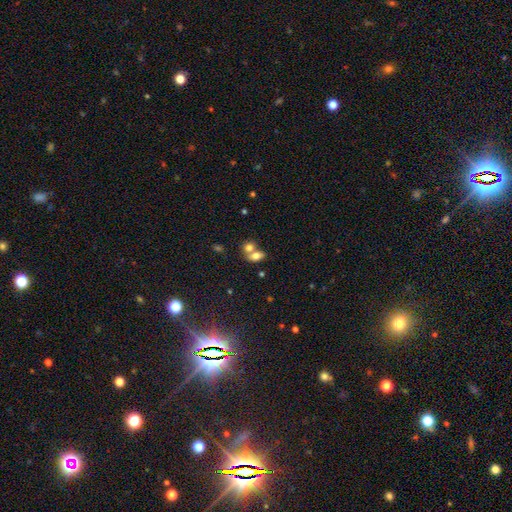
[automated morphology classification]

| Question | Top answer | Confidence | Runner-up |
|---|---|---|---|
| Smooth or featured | smooth | 71% | featured or disk (19%) |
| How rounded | in between | 76% | round (20%) |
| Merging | merger | 57% | none (31%) |